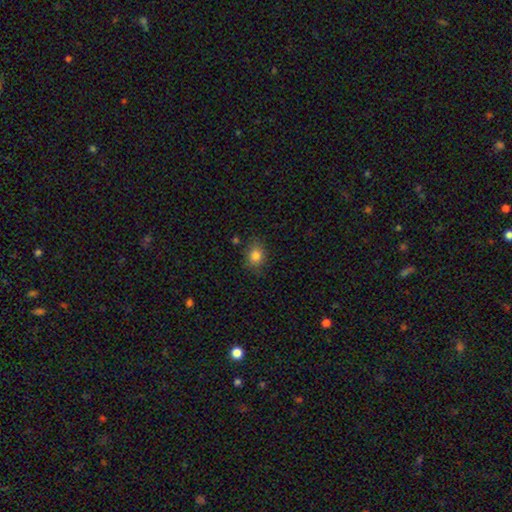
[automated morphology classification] Q: Smooth or featured?
A: smooth (83%); runner-up: star or artifact (11%)
Q: How rounded?
A: round (52%); runner-up: in between (47%)
Q: Merging?
A: none (80%); runner-up: minor disturbance (14%)